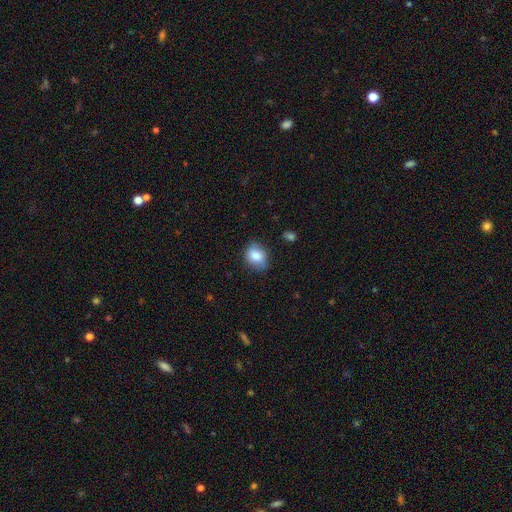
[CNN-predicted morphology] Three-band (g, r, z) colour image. It shows a smooth galaxy with no disk features (81%) that is in between round and cigar-shaped (54%). Merging: none (73%).